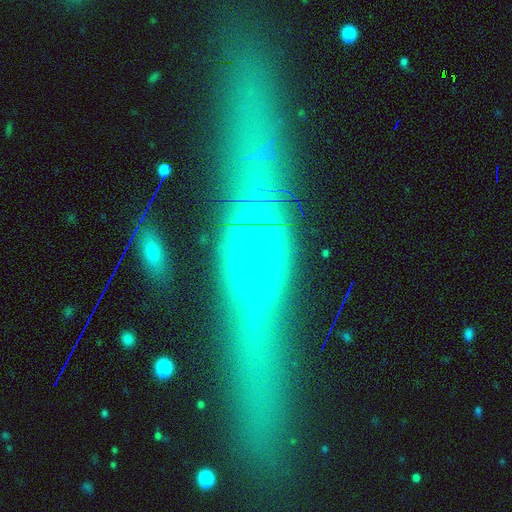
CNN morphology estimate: featured or disk 65%, smooth 23%, star or artifact 12%. Down the decision tree: edge-on disk — yes (79%); edge-on bulge — rounded (72%); merging — none (64%).